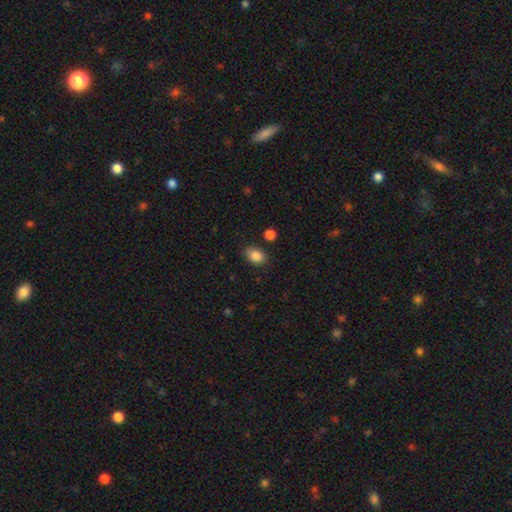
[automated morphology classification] This appears to be a smooth galaxy with no disk features (86%) that is in between round and cigar-shaped (76%). Merging: none (82%).